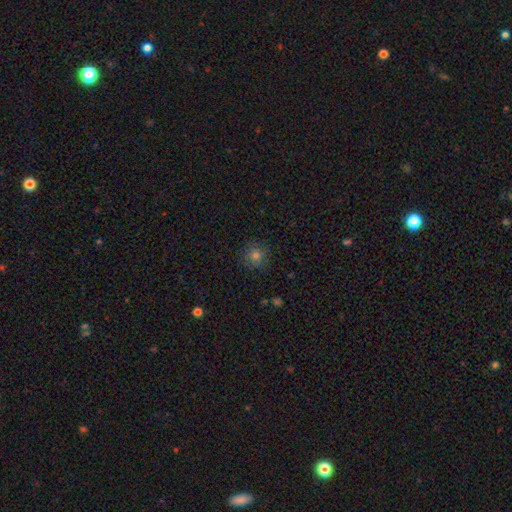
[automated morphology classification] type=smooth (76%); roundness=round (93%); merging=none (86%).